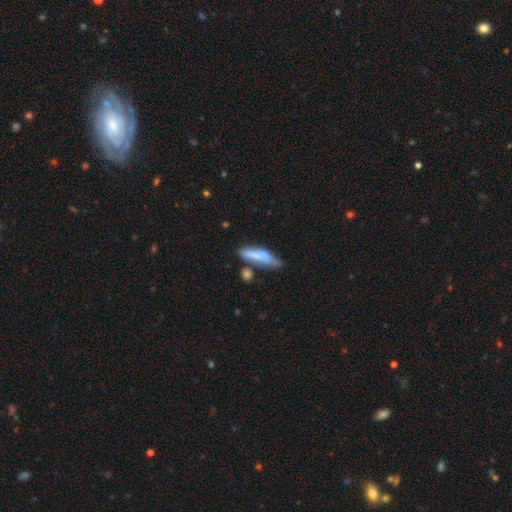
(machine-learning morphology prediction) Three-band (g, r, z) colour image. It shows a smooth galaxy with no disk features (65%) that is cigar-shaped (64%). Merging: none (44%).